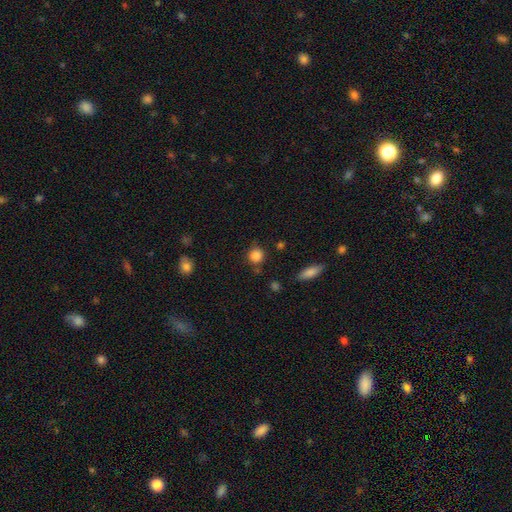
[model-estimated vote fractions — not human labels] Smooth or featured: smooth — 85% (star or artifact — 10%)
How rounded: round — 87% (in between — 11%)
Merging: none — 79% (minor disturbance — 13%)